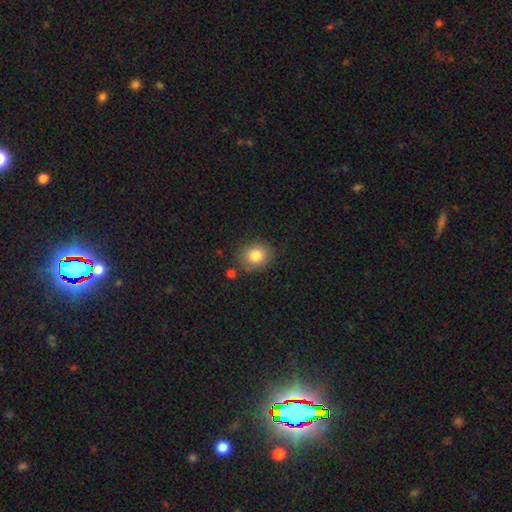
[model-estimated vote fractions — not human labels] Smooth or featured? Predicted: smooth (p=0.83). How rounded? Predicted: round (p=0.75). Merging? Predicted: none (p=0.80).